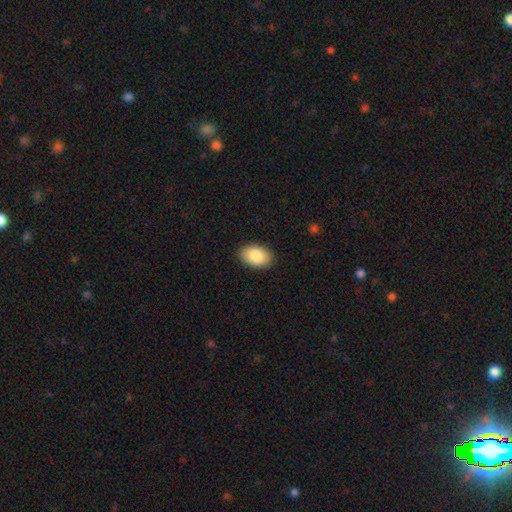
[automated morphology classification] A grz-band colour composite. It shows a smooth galaxy with no disk features (86%) that is in between round and cigar-shaped (89%). Merging: none (89%).